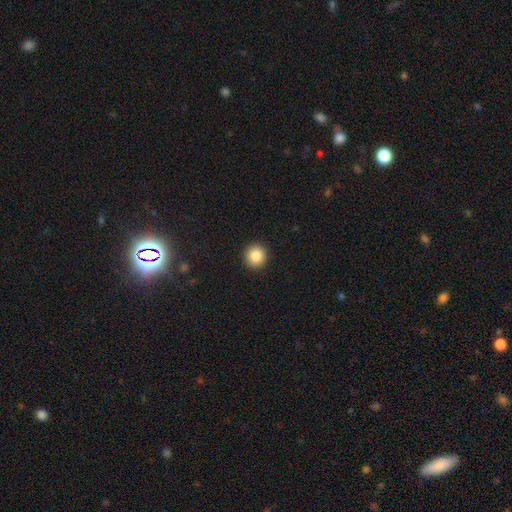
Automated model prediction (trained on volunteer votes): Overall: smooth (86%). How rounded: round (94%). Merging: none (93%).